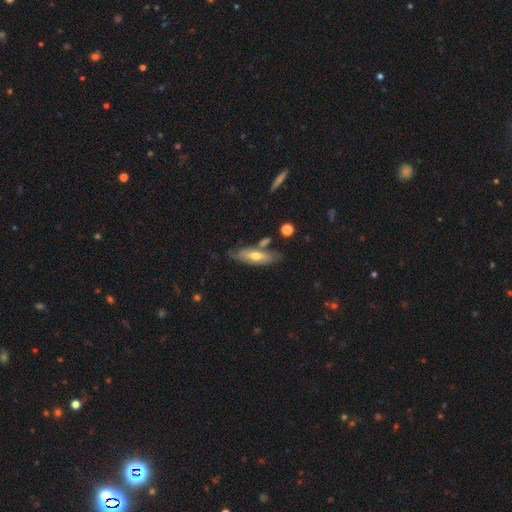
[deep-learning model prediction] This appears to be a featured or disk galaxy (51%). Merging: none (63%).